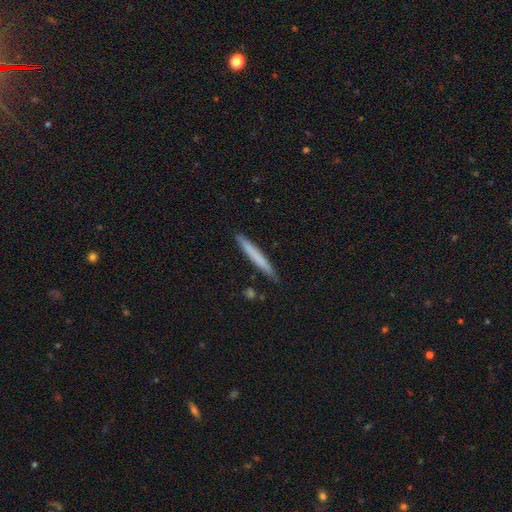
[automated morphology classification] Smooth or featured?
  - smooth: 66% *
  - featured or disk: 28%
  - star or artifact: 6%
How rounded?
  - cigar-shaped: 97% *
  - in between: 2%
  - round: 1%
Merging?
  - none: 89% *
  - minor disturbance: 8%
  - merger: 2%
  - major disturbance: 1%